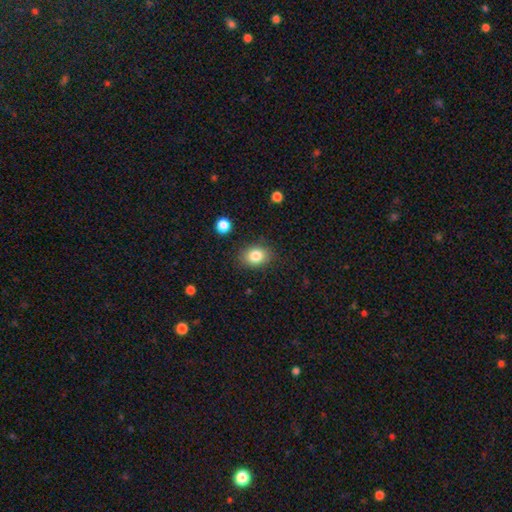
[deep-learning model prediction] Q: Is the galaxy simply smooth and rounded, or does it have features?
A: smooth — 83%.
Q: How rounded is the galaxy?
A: in between — 64%.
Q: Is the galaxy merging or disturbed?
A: none — 85%.